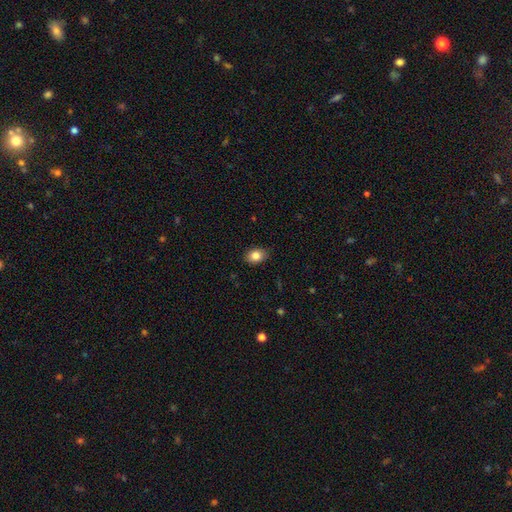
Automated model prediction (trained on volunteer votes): Smooth or featured? smooth (84%)
How rounded? in between (77%)
Merging? none (87%)